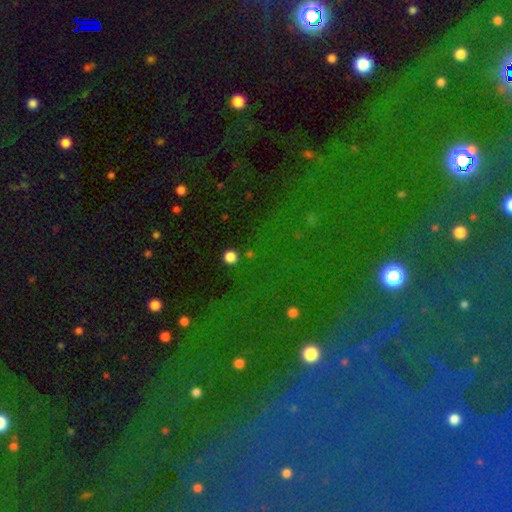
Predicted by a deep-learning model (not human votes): The model was most divided on "smooth or featured": star or artifact: 71%, smooth: 15%, featured or disk: 14%.